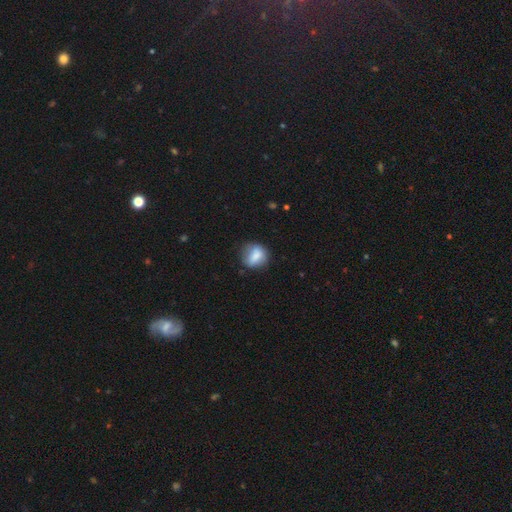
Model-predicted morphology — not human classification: Q: Smooth or featured?
A: smooth (76%); runner-up: featured or disk (16%)
Q: How rounded?
A: round (58%); runner-up: in between (40%)
Q: Merging?
A: none (67%); runner-up: minor disturbance (24%)